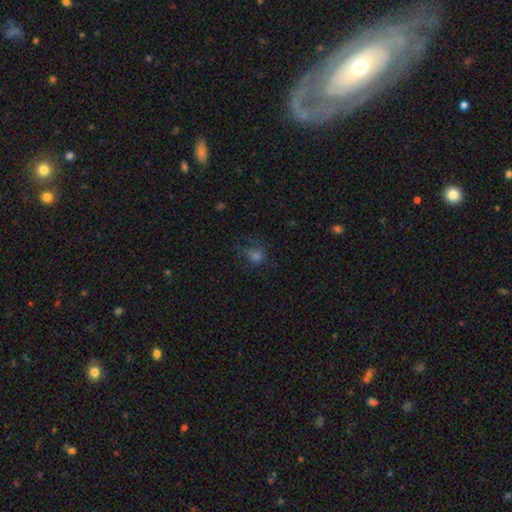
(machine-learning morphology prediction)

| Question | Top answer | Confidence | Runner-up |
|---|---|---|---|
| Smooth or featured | smooth | 55% | star or artifact (26%) |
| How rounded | round | 74% | in between (25%) |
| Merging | none | 51% | major disturbance (26%) |